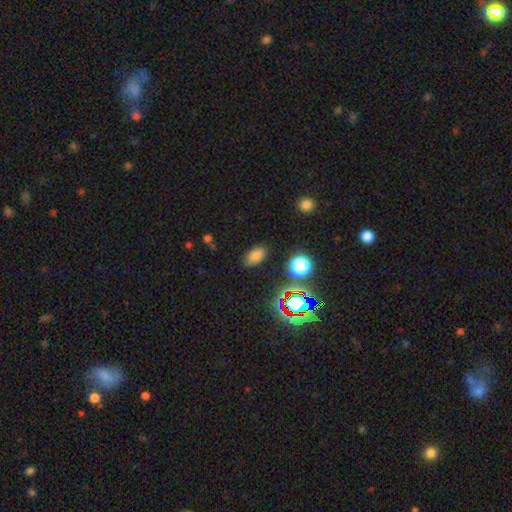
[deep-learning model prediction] Smooth or featured? smooth (74%)
How rounded? in between (89%)
Merging? none (84%)